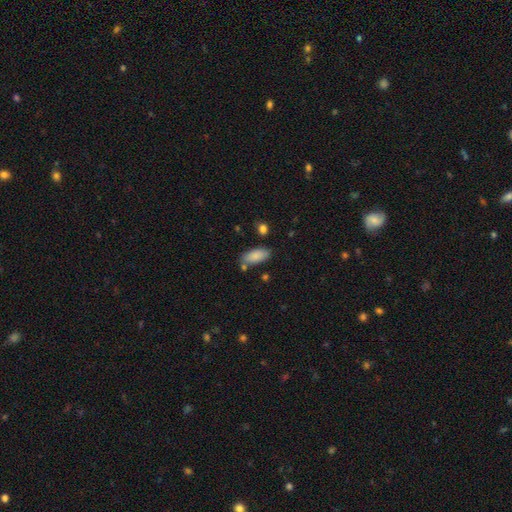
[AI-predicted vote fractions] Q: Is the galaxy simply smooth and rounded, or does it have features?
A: smooth — 87%.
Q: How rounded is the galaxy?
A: in between — 88%.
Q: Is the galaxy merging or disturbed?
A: none — 73%.